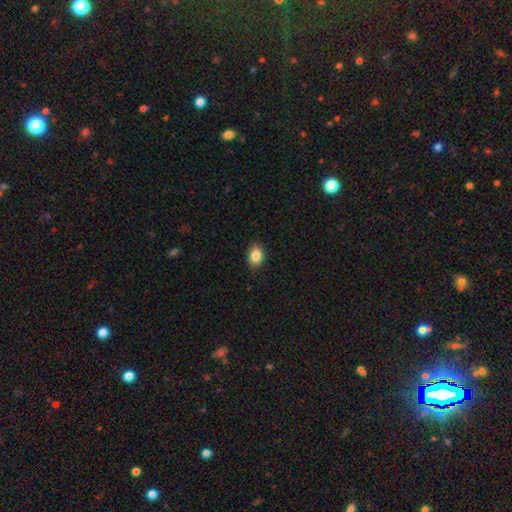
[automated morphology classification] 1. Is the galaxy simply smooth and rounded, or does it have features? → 86% smooth, 9% star or artifact, 5% featured or disk.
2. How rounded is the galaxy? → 71% in between, 28% round, 1% cigar-shaped.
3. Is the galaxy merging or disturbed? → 88% none, 9% minor disturbance, 2% major disturbance, 1% merger.